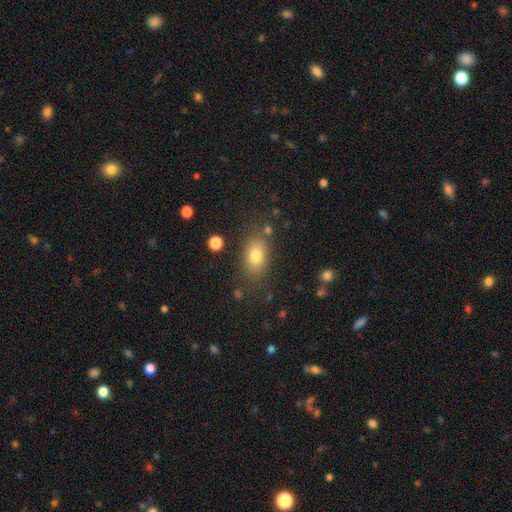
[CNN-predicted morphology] A smooth galaxy with no disk features (76%) that is in between round and cigar-shaped (79%).

Vote fractions:
- Smooth or featured? smooth: 76% / star or artifact: 12% / featured or disk: 12%
- How rounded? in between: 79% / round: 18% / cigar-shaped: 3%
- Merging? none: 80% / minor disturbance: 12% / major disturbance: 4% / merger: 4%